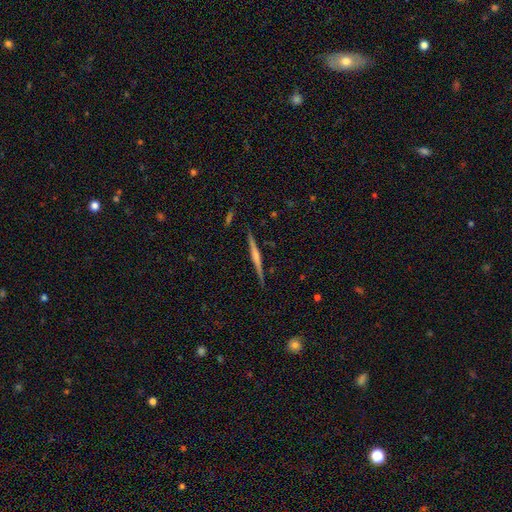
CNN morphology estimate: A featured or disk galaxy (72%) viewed edge-on (98%) with a rounded central bulge (57%).

Vote fractions:
- Smooth or featured? featured or disk: 72% / smooth: 22% / star or artifact: 6%
- Edge-on disk? yes: 98% / no: 2%
- Edge-on bulge? rounded: 57% / none: 25% / boxy: 18%
- Merging? none: 90% / minor disturbance: 7% / major disturbance: 2% / merger: 1%